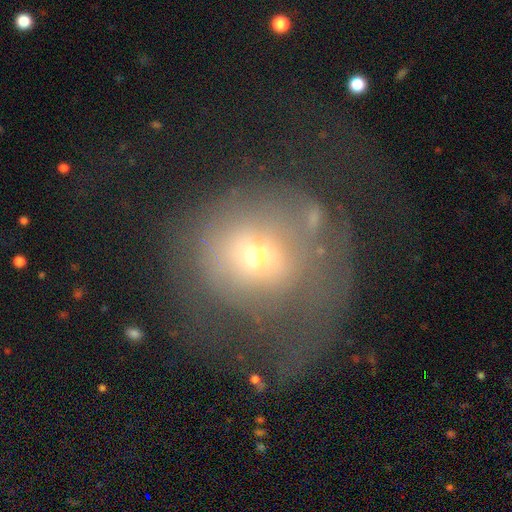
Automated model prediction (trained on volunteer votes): Q: Smooth or featured?
A: smooth (51%); runner-up: featured or disk (35%)
Q: How rounded?
A: round (87%); runner-up: in between (12%)
Q: Merging?
A: major disturbance (55%); runner-up: none (26%)